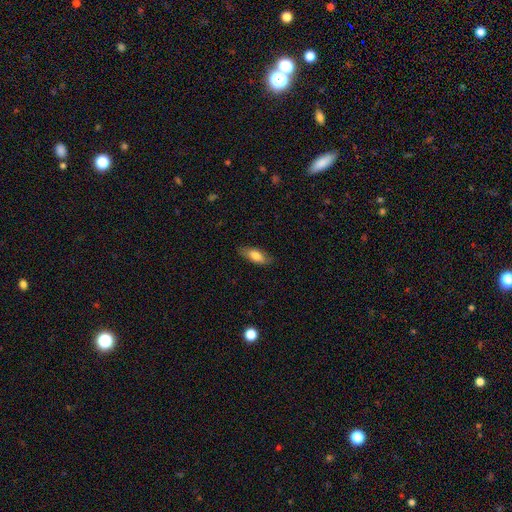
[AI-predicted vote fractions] smooth_or_featured: smooth (p=0.76) [alt: featured or disk p=0.17]
how_rounded: in between (p=0.78) [alt: cigar-shaped p=0.20]
merging: none (p=0.80) [alt: minor disturbance p=0.16]